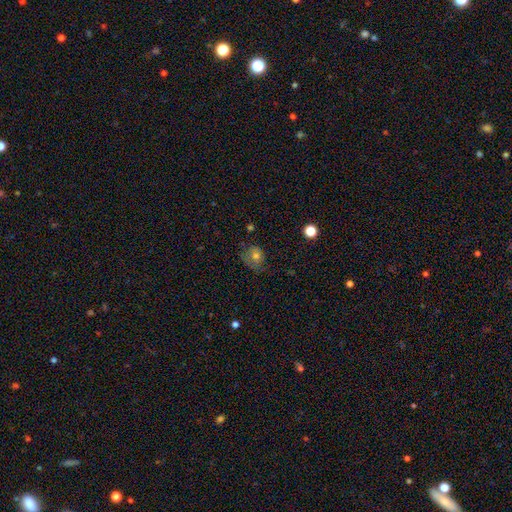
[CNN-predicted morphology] type=smooth (67%); roundness=round (62%); merging=none (57%).